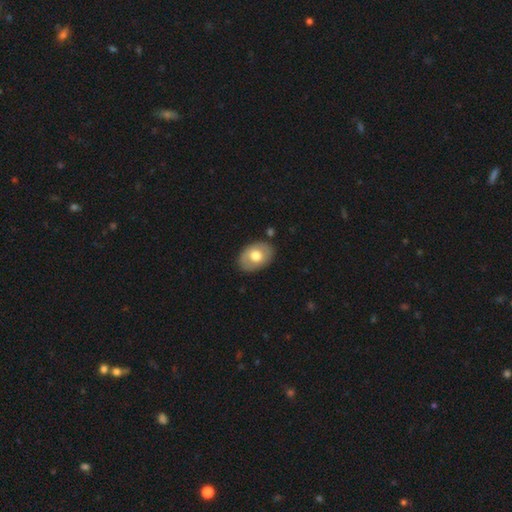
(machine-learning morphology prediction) smooth-or-featured: smooth: 65% | featured or disk: 29% | star or artifact: 6%
  how-rounded: in between: 80% | round: 19% | cigar-shaped: 1%
  merging: none: 85% | minor disturbance: 11% | major disturbance: 3% | merger: 2%